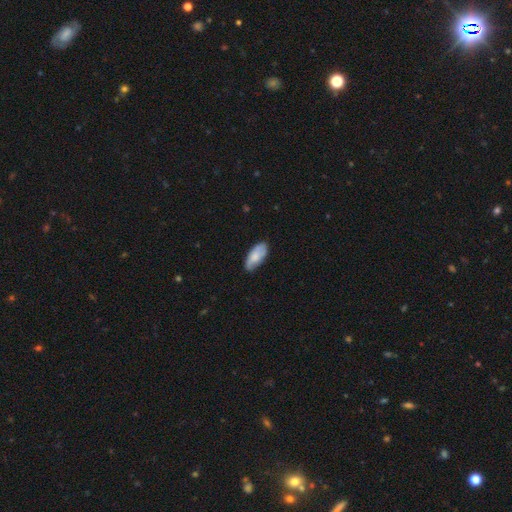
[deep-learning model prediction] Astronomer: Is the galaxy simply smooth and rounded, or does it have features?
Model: smooth — 72%.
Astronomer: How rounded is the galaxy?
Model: in between — 88%.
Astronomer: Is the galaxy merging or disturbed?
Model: none — 73%.